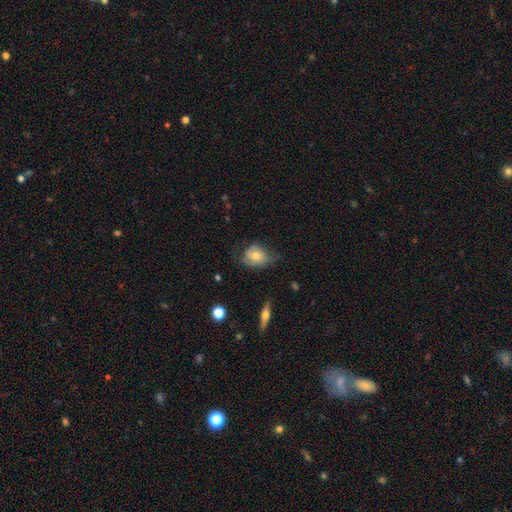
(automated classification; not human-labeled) Q: Smooth or featured?
A: smooth (61%); runner-up: featured or disk (31%)
Q: How rounded?
A: in between (59%); runner-up: round (40%)
Q: Merging?
A: none (46%); runner-up: minor disturbance (36%)